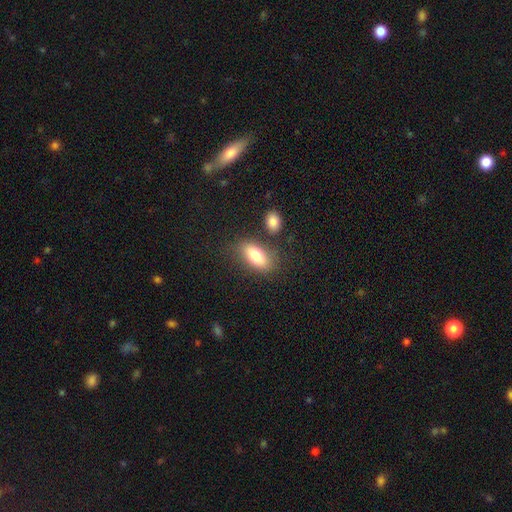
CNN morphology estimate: Overall: smooth (78%). How rounded: in between (85%). Merging: none (73%).